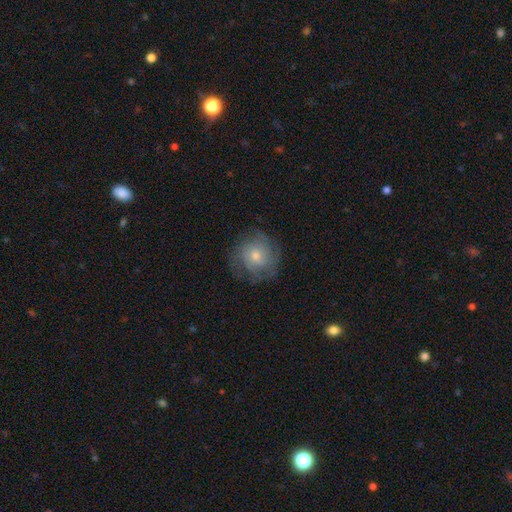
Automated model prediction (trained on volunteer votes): Smooth or featured?
  - featured or disk: 47% *
  - smooth: 45%
  - star or artifact: 8%
Merging?
  - none: 74% *
  - minor disturbance: 17%
  - major disturbance: 9%
  - merger: 1%